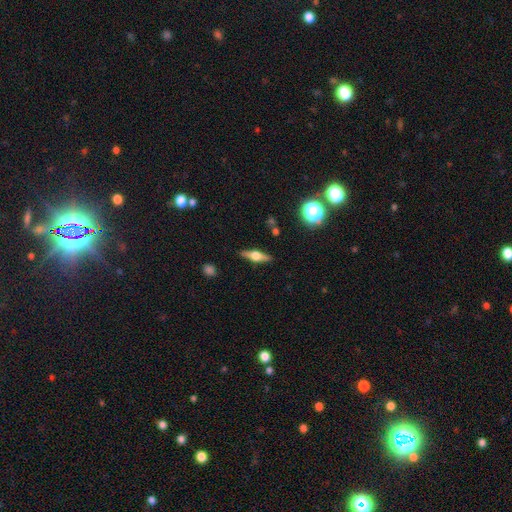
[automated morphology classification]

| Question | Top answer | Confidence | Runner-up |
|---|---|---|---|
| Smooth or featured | featured or disk | 62% | smooth (30%) |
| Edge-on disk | yes | 95% | no (5%) |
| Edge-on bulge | rounded | 93% | boxy (6%) |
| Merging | none | 88% | minor disturbance (9%) |